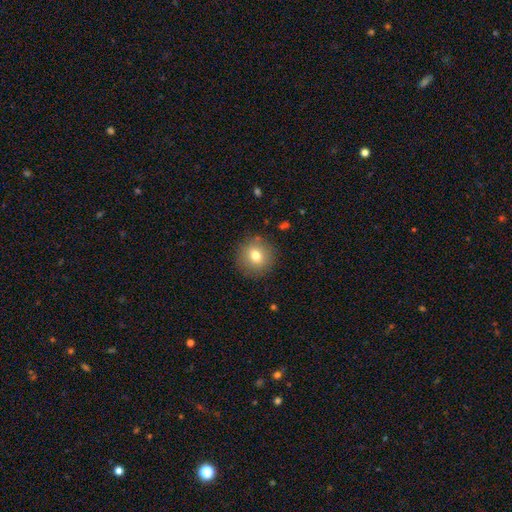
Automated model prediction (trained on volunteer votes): smooth_or_featured: smooth (p=0.75) [alt: featured or disk p=0.14]
how_rounded: round (p=0.91) [alt: in between p=0.08]
merging: none (p=0.86) [alt: minor disturbance p=0.09]